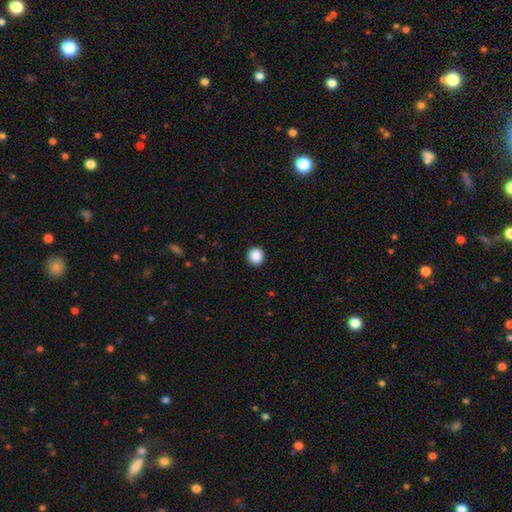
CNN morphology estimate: Smooth or featured: smooth — 89% (star or artifact — 8%)
How rounded: round — 92% (in between — 7%)
Merging: none — 93% (minor disturbance — 5%)